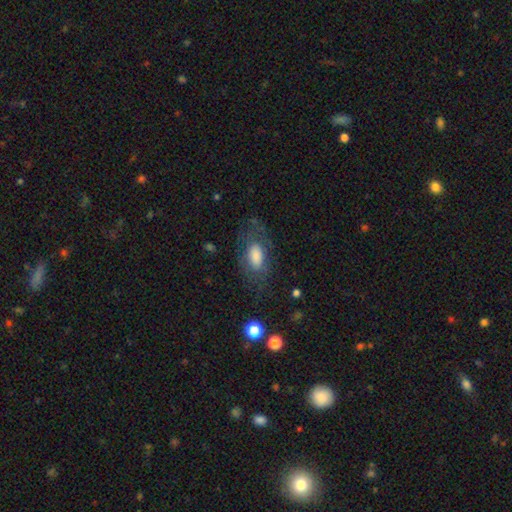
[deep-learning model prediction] smooth_or_featured: smooth (p=0.58) [alt: featured or disk p=0.33]
how_rounded: in between (p=0.89) [alt: round p=0.07]
merging: none (p=0.63) [alt: minor disturbance p=0.20]